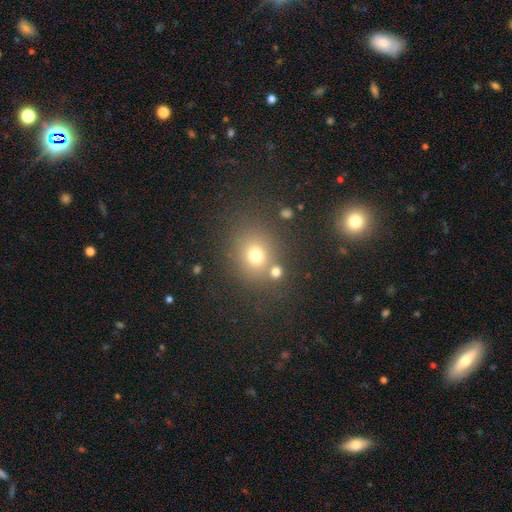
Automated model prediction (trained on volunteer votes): Smooth or featured? smooth (71%)
How rounded? round (74%)
Merging? none (72%)